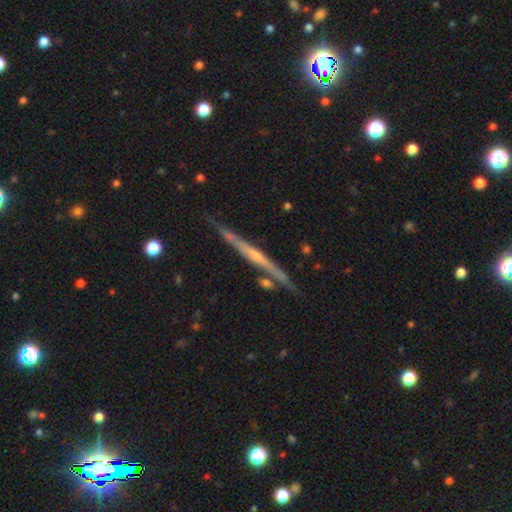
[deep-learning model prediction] Morphology: type=featured or disk (74%); edge-on=yes (97%); edge-on bulge=rounded (47%); merging=none (80%).